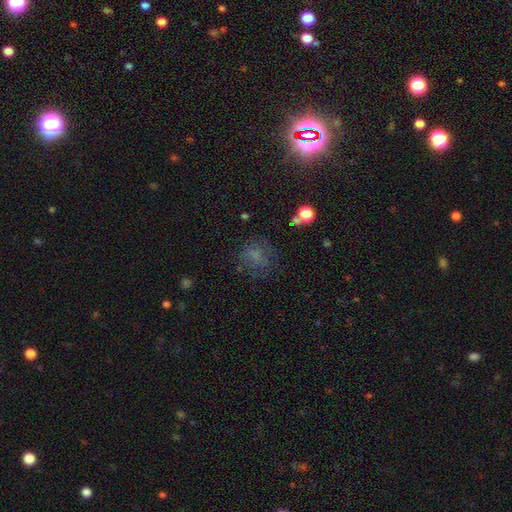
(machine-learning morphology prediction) type=smooth (54%); roundness=round (74%); merging=none (64%).